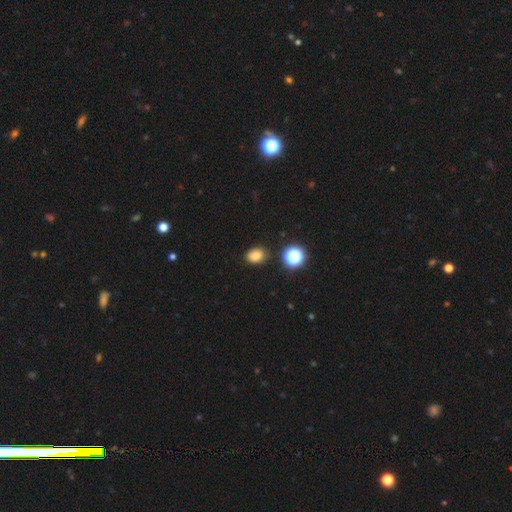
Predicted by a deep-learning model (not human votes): A smooth galaxy with no disk features (81%) that is in between round and cigar-shaped (61%).

Vote fractions:
- Smooth or featured? smooth: 81% / star or artifact: 14% / featured or disk: 5%
- How rounded? in between: 61% / round: 38% / cigar-shaped: 1%
- Merging? none: 85% / minor disturbance: 10% / merger: 3% / major disturbance: 3%